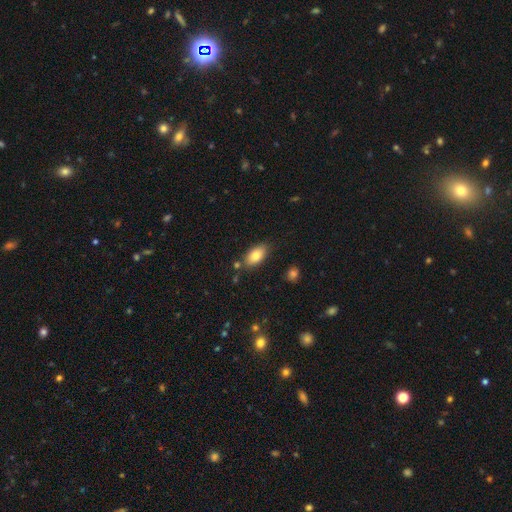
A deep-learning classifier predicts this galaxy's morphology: Smooth or featured? Predicted: smooth (p=0.80). How rounded? Predicted: in between (p=0.92). Merging? Predicted: none (p=0.78).